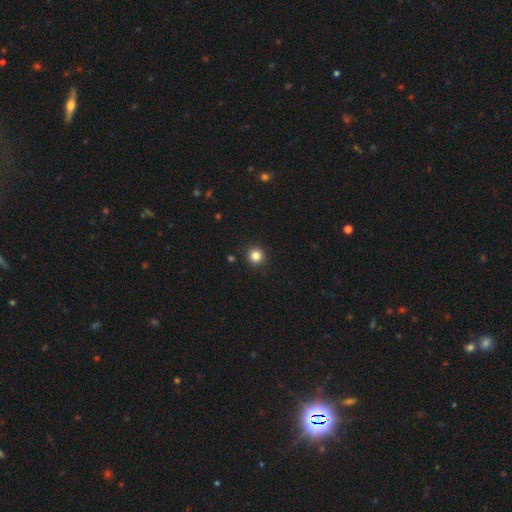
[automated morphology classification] Smooth or featured? Predicted: smooth (p=0.83). How rounded? Predicted: round (p=0.94). Merging? Predicted: none (p=0.92).